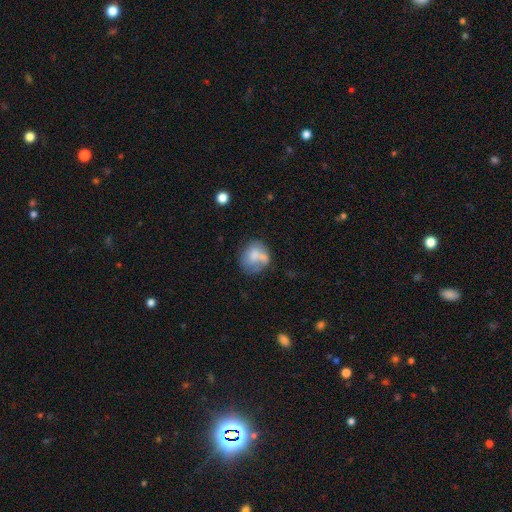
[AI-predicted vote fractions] Q: Smooth or featured?
A: smooth (63%); runner-up: featured or disk (28%)
Q: How rounded?
A: round (65%); runner-up: in between (34%)
Q: Merging?
A: none (42%); runner-up: minor disturbance (24%)